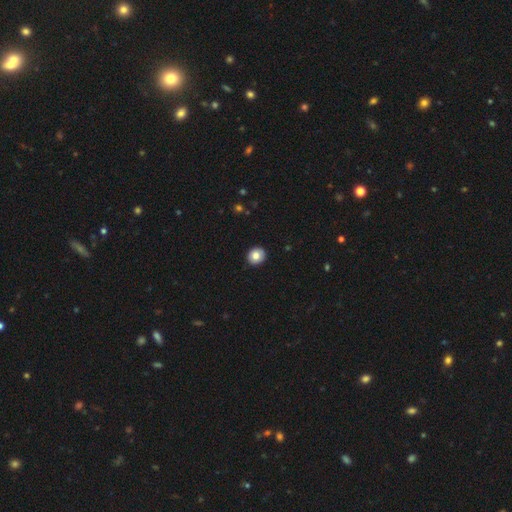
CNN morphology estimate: Overall: smooth (81%). How rounded: round (84%). Merging: none (92%).